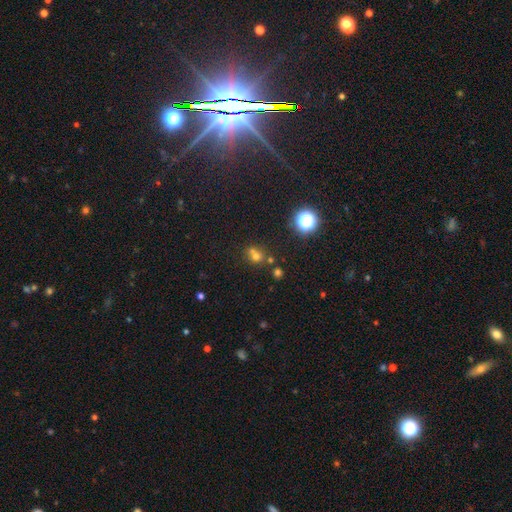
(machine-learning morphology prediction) smooth-or-featured: smooth: 60% | star or artifact: 26% | featured or disk: 14%
  how-rounded: round: 76% | in between: 23% | cigar-shaped: 1%
  merging: none: 44% | merger: 42% | minor disturbance: 9% | major disturbance: 4%